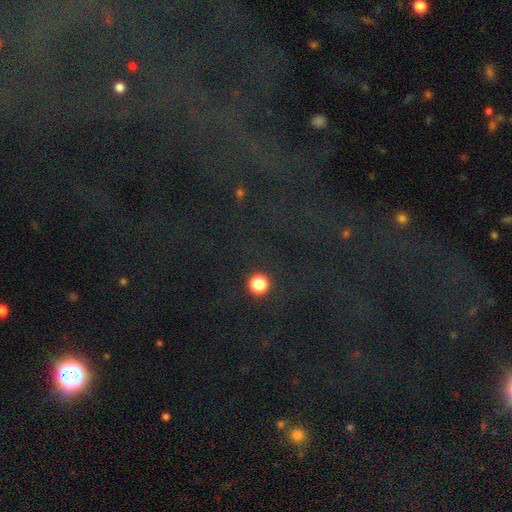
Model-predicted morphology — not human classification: smooth-or-featured: star or artifact: 76% | smooth: 14% | featured or disk: 11%